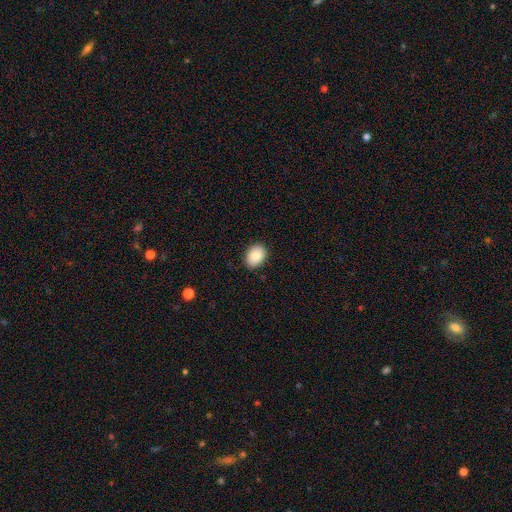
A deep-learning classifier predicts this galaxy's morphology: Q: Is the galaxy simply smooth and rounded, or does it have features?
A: smooth — 87%.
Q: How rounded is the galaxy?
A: in between — 69%.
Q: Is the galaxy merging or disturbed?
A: none — 87%.